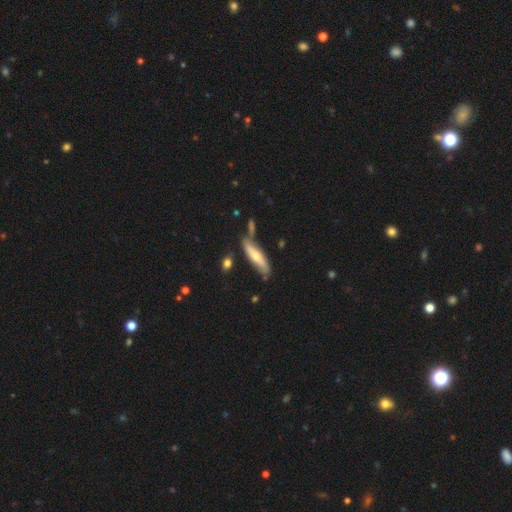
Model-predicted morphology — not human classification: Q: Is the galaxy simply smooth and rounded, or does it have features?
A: featured or disk — 48%.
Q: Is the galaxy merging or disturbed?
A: none — 63%.